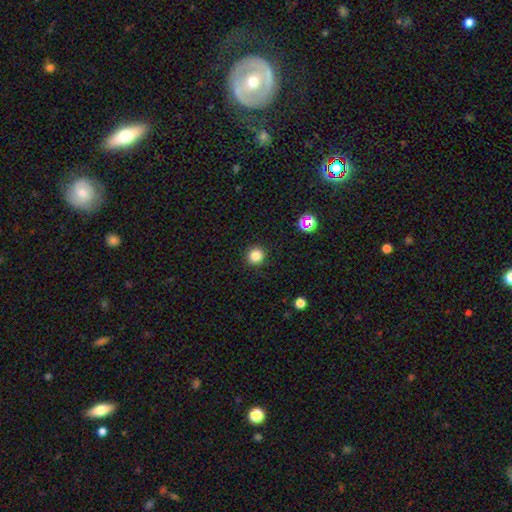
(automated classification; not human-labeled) smooth_or_featured: smooth (p=0.83) [alt: star or artifact p=0.13]
how_rounded: round (p=0.93) [alt: in between p=0.07]
merging: none (p=0.92) [alt: minor disturbance p=0.05]